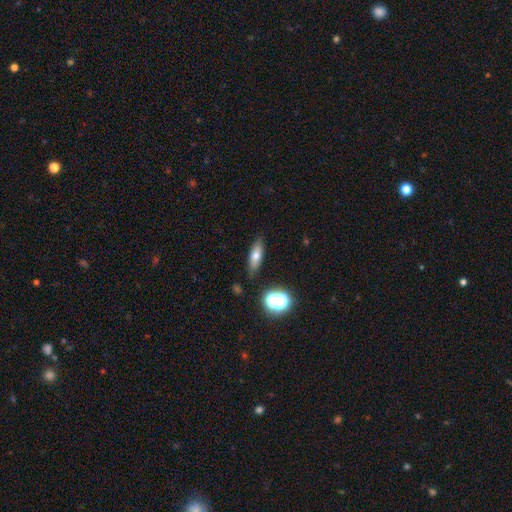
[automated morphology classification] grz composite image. It shows a smooth galaxy with no disk features (63%) that is in between round and cigar-shaped (51%). Merging: none (82%).